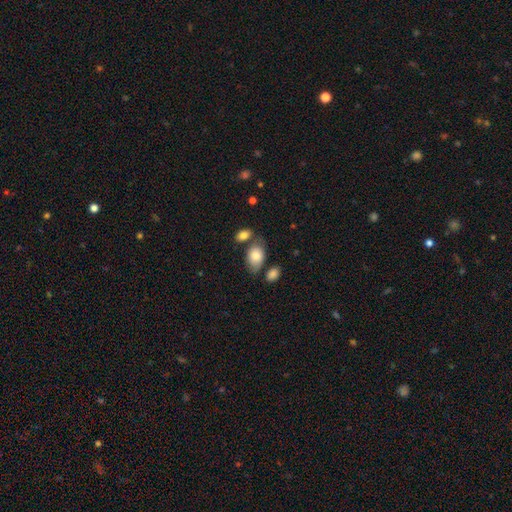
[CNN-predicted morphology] This appears to be a smooth galaxy with no disk features (79%) that is in between round and cigar-shaped (85%). Merging: none (56%).